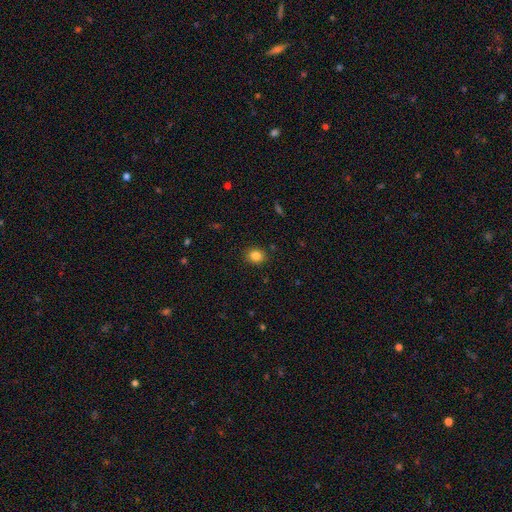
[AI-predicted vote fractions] smooth_or_featured: smooth (p=0.84) [alt: star or artifact p=0.11]
how_rounded: round (p=0.69) [alt: in between p=0.30]
merging: none (p=0.88) [alt: minor disturbance p=0.08]